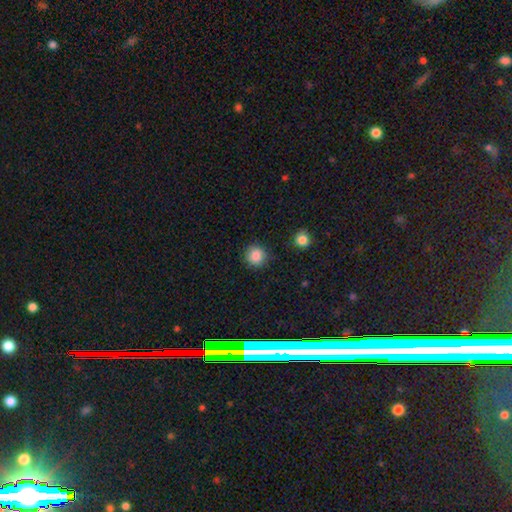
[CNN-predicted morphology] Smooth or featured? smooth (87%)
How rounded? round (93%)
Merging? none (88%)